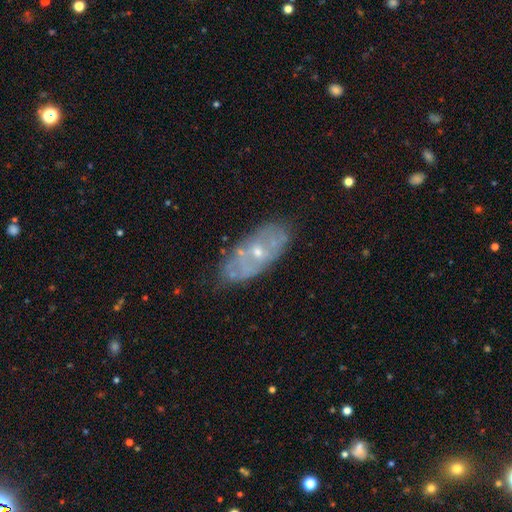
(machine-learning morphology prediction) Overall: featured or disk (64%; smooth 25%). Edge-on disk: no (87%). Bar: no (77%). Spiral arms: no (53%; yes 47%). Bulge size: small (62%; moderate 33%). Merging: none (74%).